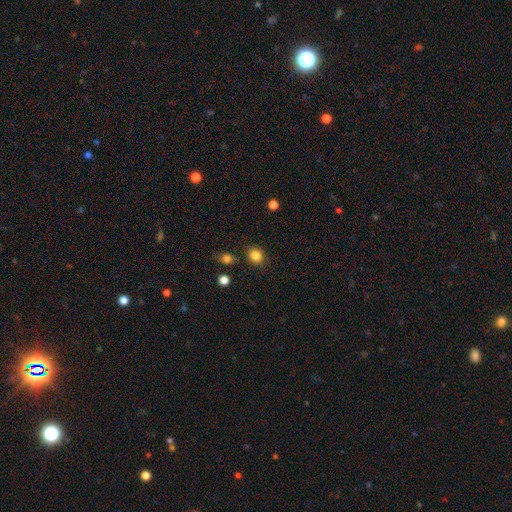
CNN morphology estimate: smooth_or_featured: smooth (p=0.84) [alt: star or artifact p=0.11]
how_rounded: round (p=0.68) [alt: in between p=0.31]
merging: none (p=0.84) [alt: minor disturbance p=0.10]